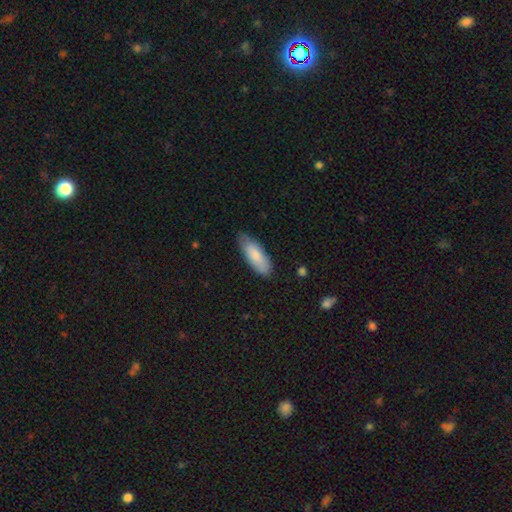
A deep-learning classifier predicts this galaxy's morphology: Smooth or featured?
  - smooth: 84% *
  - featured or disk: 11%
  - star or artifact: 5%
How rounded?
  - in between: 70% *
  - cigar-shaped: 28%
  - round: 1%
Merging?
  - none: 75% *
  - minor disturbance: 21%
  - major disturbance: 3%
  - merger: 1%